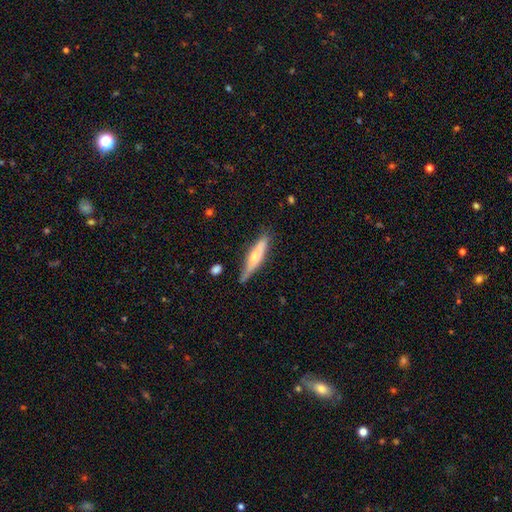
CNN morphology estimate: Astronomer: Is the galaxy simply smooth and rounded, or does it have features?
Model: smooth — 55% (runner-up: featured or disk, 39%).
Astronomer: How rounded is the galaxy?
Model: cigar-shaped — 85%.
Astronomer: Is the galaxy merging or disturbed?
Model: none — 74%.